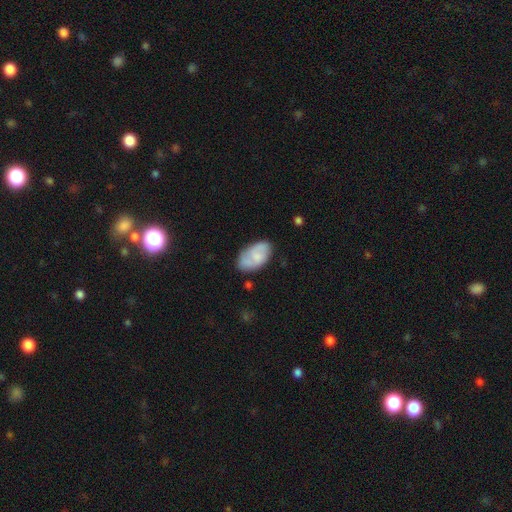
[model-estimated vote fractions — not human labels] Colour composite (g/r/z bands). It shows a smooth galaxy with no disk features (63%) that is in between round and cigar-shaped (94%). Merging: none (68%).